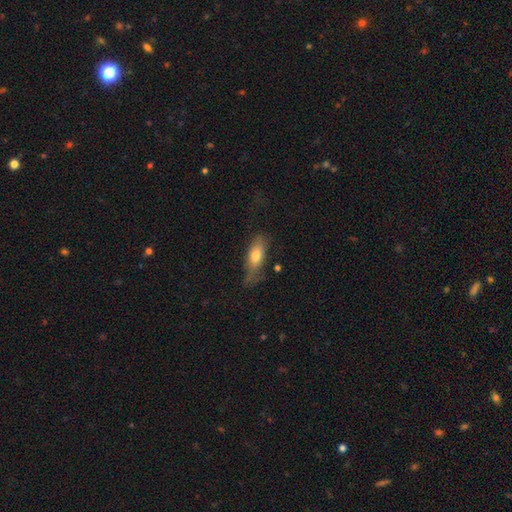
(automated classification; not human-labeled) Smooth or featured? smooth (71%)
How rounded? in between (68%)
Merging? none (52%)